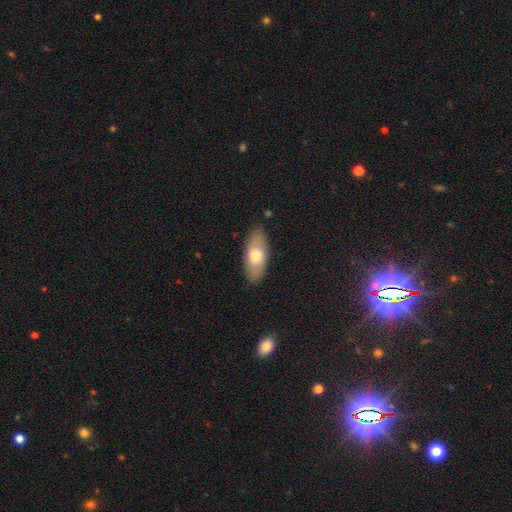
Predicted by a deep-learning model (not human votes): smooth_or_featured: smooth (p=0.66) [alt: featured or disk p=0.28]
how_rounded: in between (p=0.84) [alt: cigar-shaped p=0.13]
merging: none (p=0.84) [alt: minor disturbance p=0.12]